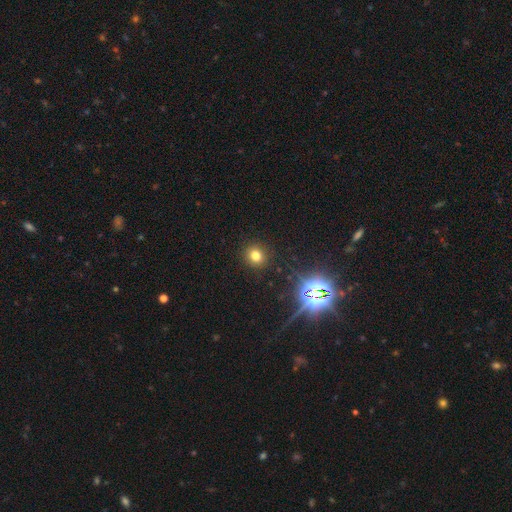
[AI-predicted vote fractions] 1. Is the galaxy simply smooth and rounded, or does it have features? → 72% smooth, 21% star or artifact, 7% featured or disk.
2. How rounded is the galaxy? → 87% round, 12% in between, 1% cigar-shaped.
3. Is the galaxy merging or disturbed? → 91% none, 5% minor disturbance, 2% major disturbance, 1% merger.